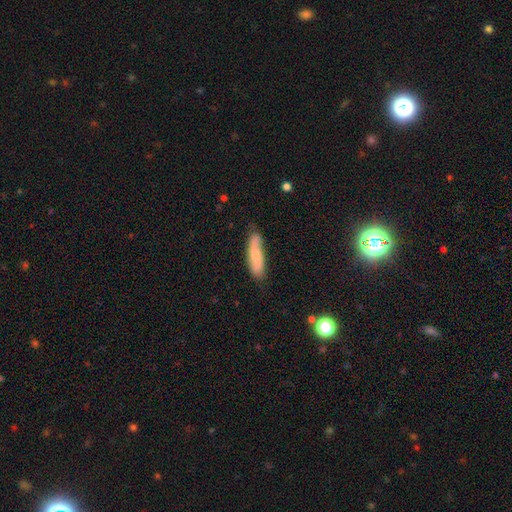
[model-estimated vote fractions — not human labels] Overall: smooth (66%; featured or disk 28%). How rounded: cigar-shaped (68%; in between 30%). Merging: none (73%).